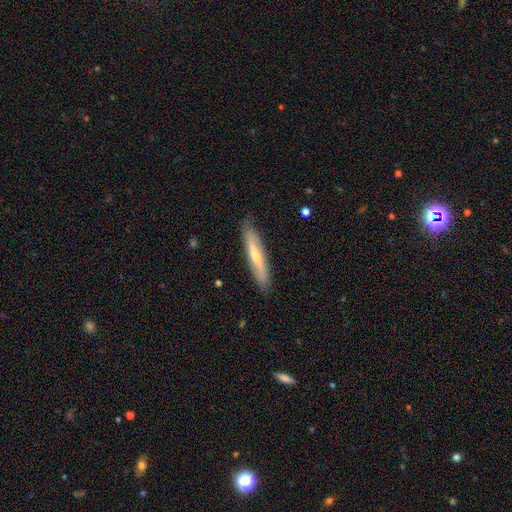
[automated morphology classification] type=featured or disk (53%); edge-on=yes (68%); merging=none (85%).